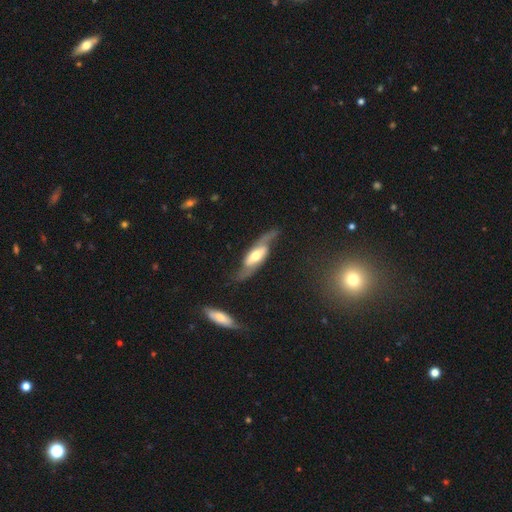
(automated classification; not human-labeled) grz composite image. It shows a featured or disk galaxy (77%) with a weak bar (36%), 2 (89%) loose (54%) spiral arms (90%) and a moderate central bulge (63%). Merging: none (65%).